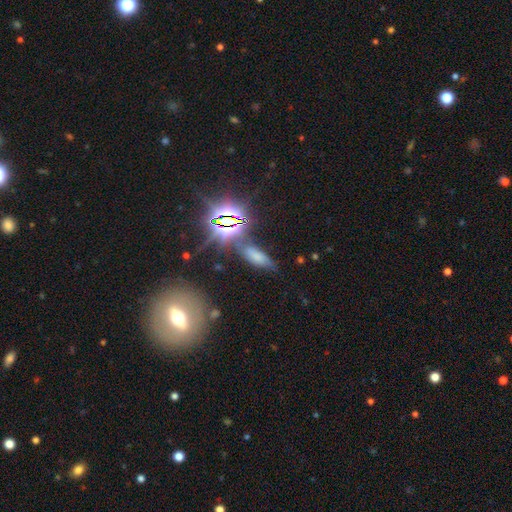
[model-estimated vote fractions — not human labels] The model was most divided on "smooth or featured": smooth: 53%, star or artifact: 33%, featured or disk: 13%. More confident: how rounded — in between (65%); merging — none (64%).